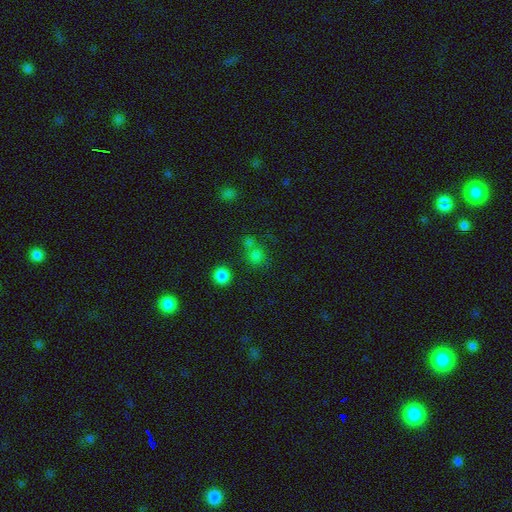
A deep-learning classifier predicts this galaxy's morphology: Smooth or featured? smooth (72%)
How rounded? round (84%)
Merging? none (60%)